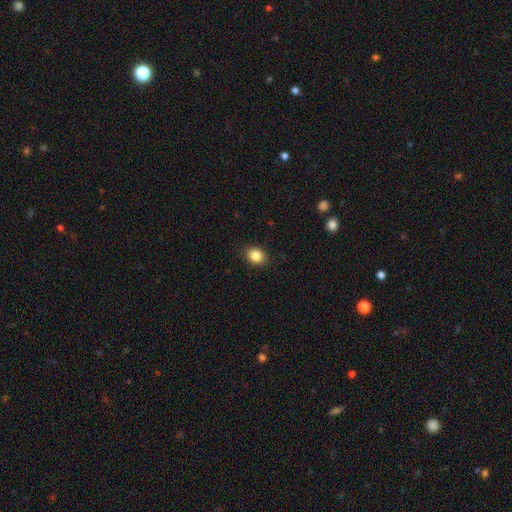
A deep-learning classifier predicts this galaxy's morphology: A smooth galaxy with no disk features (85%) that is round (53%). Merging: none (89%).